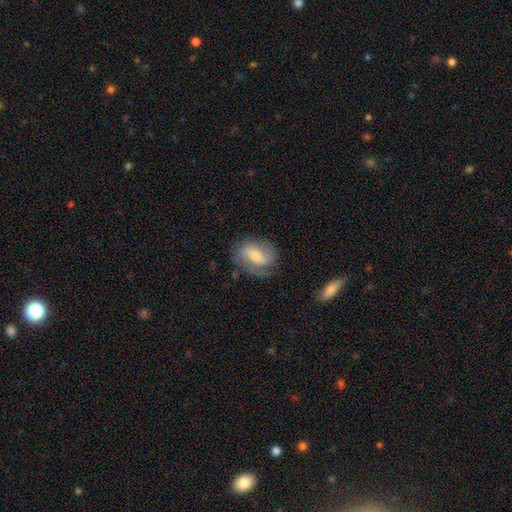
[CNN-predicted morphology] Smooth or featured? Predicted: featured or disk (p=0.64). Edge-on disk? Predicted: no (p=0.96). Bar? Predicted: weak (p=0.47). Spiral arms? Predicted: yes (p=0.89). Spiral winding? Predicted: medium (p=0.45). Spiral arm count? Predicted: 2 (p=0.70). Bulge size? Predicted: moderate (p=0.48). Merging? Predicted: none (p=0.63).